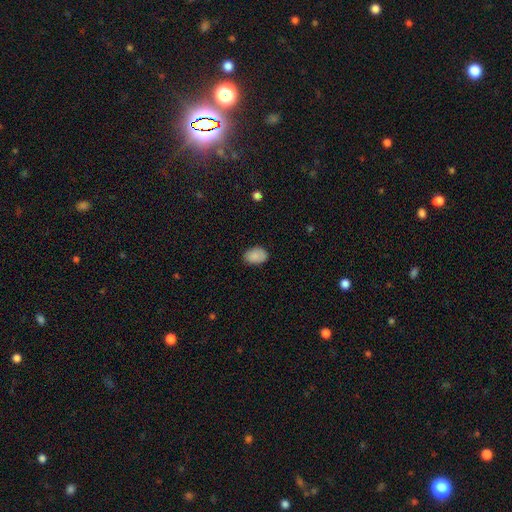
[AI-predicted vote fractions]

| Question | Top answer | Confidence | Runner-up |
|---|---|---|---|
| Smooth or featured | smooth | 88% | star or artifact (8%) |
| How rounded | in between | 83% | round (16%) |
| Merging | none | 81% | minor disturbance (15%) |